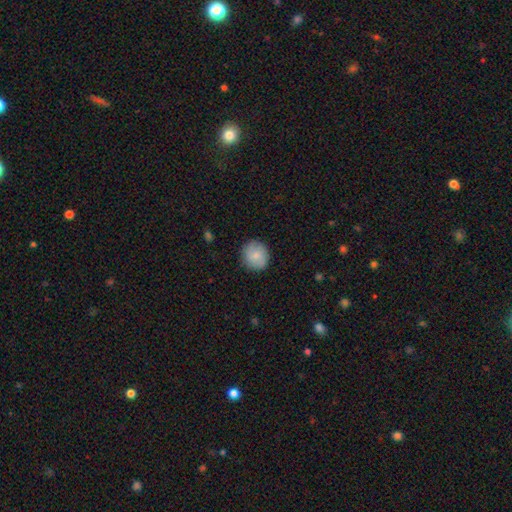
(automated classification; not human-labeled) Smooth or featured? smooth (80%)
How rounded? round (86%)
Merging? none (87%)